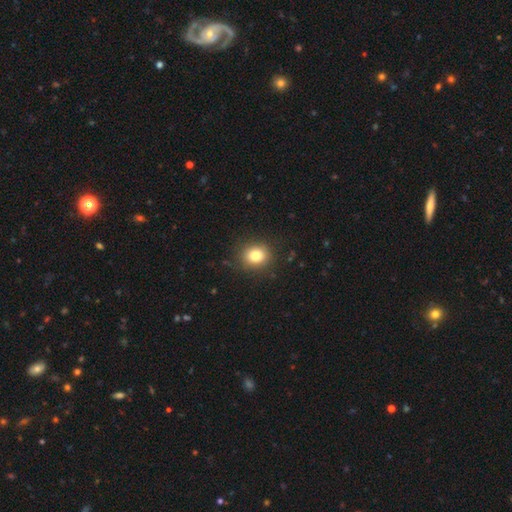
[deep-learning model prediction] Smooth or featured: smooth — 81% (star or artifact — 11%)
How rounded: round — 72% (in between — 27%)
Merging: none — 86% (minor disturbance — 9%)